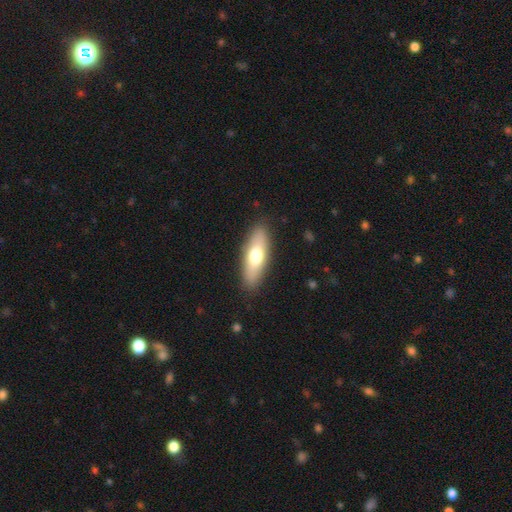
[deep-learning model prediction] Smooth or featured?
  - smooth: 65% *
  - featured or disk: 29%
  - star or artifact: 6%
How rounded?
  - in between: 58% *
  - cigar-shaped: 39%
  - round: 3%
Merging?
  - none: 87% *
  - minor disturbance: 9%
  - major disturbance: 2%
  - merger: 1%